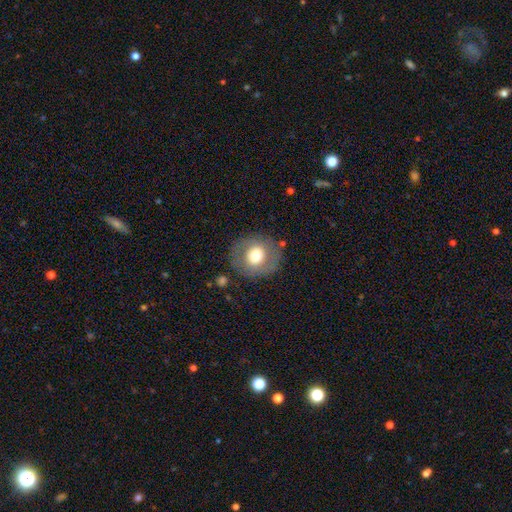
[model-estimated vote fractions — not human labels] This appears to be a smooth galaxy with no disk features (64%) that is round (83%). Merging: none (81%).